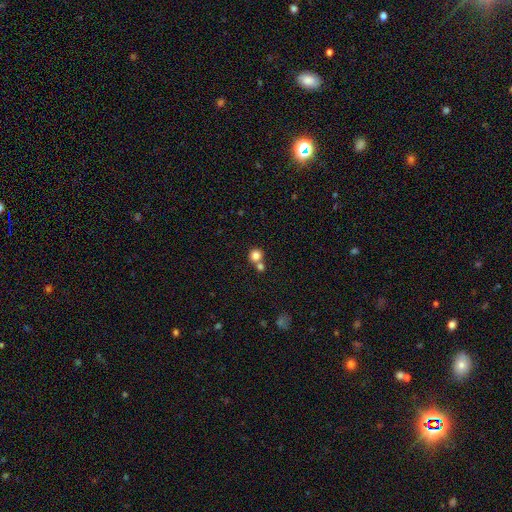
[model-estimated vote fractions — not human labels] Smooth or featured: smooth — 81% (star or artifact — 11%)
How rounded: round — 90% (in between — 10%)
Merging: none — 52% (merger — 39%)